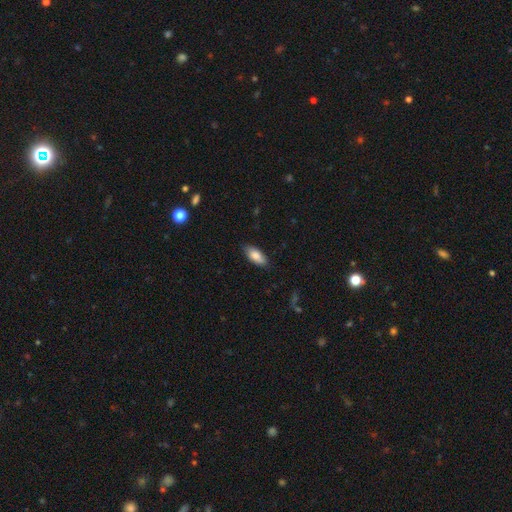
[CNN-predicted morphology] Smooth or featured: smooth — 84% (featured or disk — 10%)
How rounded: in between — 88% (cigar-shaped — 9%)
Merging: none — 82% (minor disturbance — 14%)